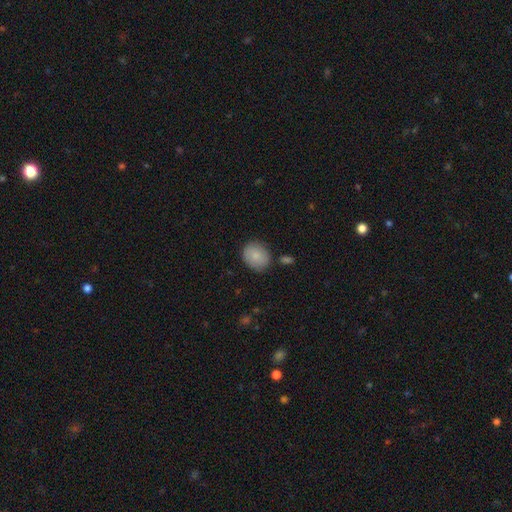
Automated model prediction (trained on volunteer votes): smooth 84%, featured or disk 10%, star or artifact 7%. Down the decision tree: how rounded — round (60%); merging — none (79%).